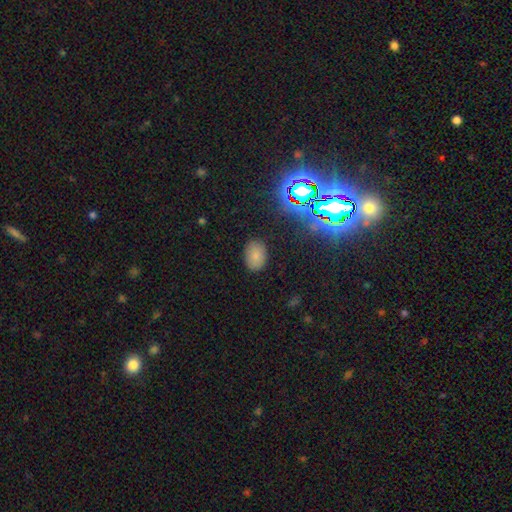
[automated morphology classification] This appears to be a smooth galaxy with no disk features (80%) that is in between round and cigar-shaped (82%). Merging: none (86%).